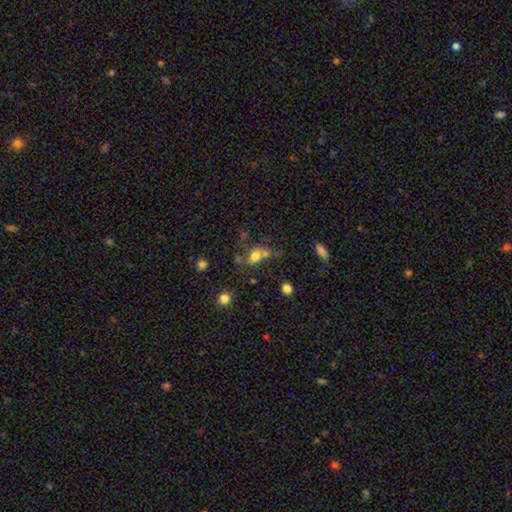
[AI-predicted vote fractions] A smooth galaxy with no disk features (74%) that is in between round and cigar-shaped (72%). Merging: none (43%).